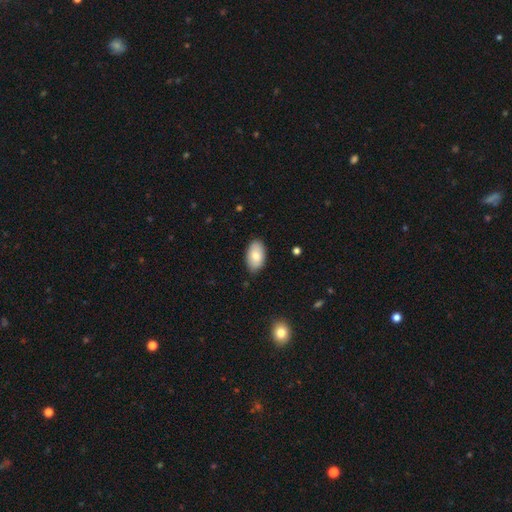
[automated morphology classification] This appears to be a smooth galaxy with no disk features (80%) that is in between round and cigar-shaped (94%). Merging: none (85%).